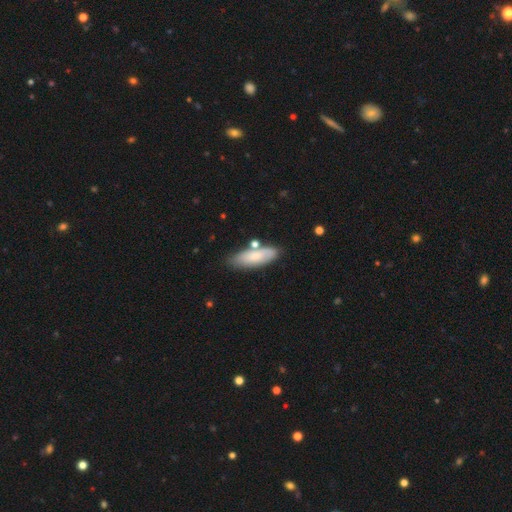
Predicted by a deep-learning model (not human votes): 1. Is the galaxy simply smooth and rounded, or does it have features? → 74% smooth, 19% featured or disk, 6% star or artifact.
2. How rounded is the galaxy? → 63% in between, 35% cigar-shaped, 2% round.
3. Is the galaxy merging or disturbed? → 69% none, 18% minor disturbance, 9% merger, 4% major disturbance.